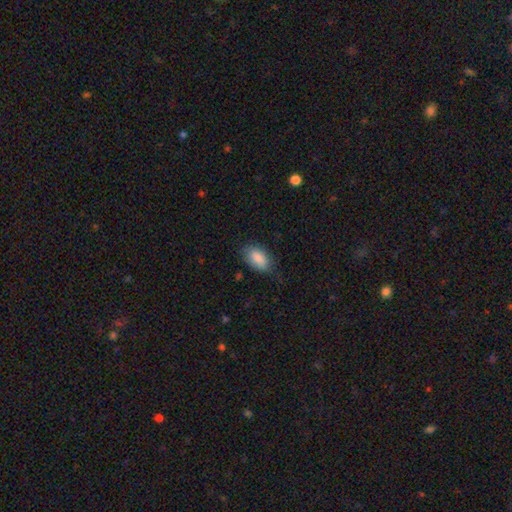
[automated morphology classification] smooth-or-featured: smooth: 87% | star or artifact: 7% | featured or disk: 6%
  how-rounded: in between: 92% | round: 6% | cigar-shaped: 3%
  merging: none: 73% | minor disturbance: 21% | major disturbance: 4% | merger: 1%